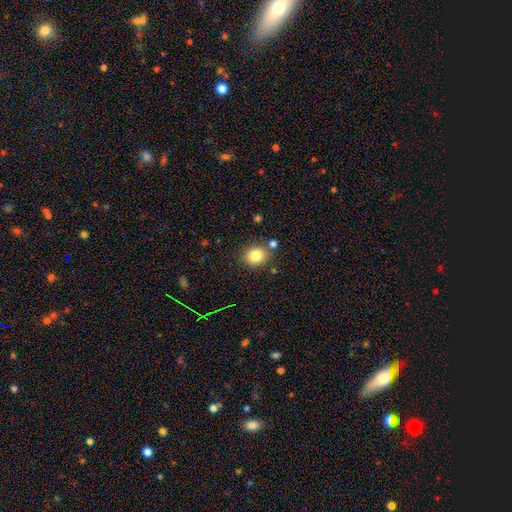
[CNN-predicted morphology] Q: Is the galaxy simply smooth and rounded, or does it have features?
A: smooth — 82%.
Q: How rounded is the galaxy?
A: round — 67%.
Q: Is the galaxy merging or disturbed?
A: none — 75%.